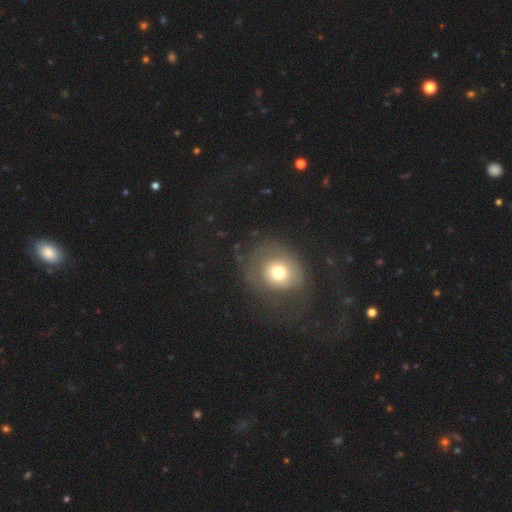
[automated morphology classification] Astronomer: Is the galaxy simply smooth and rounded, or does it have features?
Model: smooth — 45% (runner-up: featured or disk, 41%).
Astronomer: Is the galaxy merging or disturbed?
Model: none — 51% (runner-up: major disturbance, 32%).